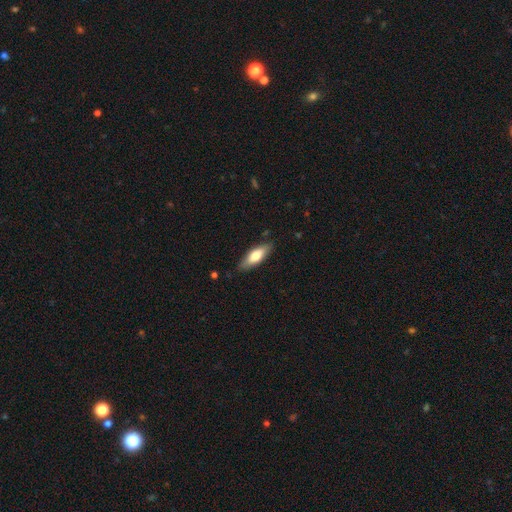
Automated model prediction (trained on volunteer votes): Smooth or featured: smooth — 70% (featured or disk — 24%)
How rounded: in between — 64% (cigar-shaped — 34%)
Merging: none — 83% (minor disturbance — 13%)